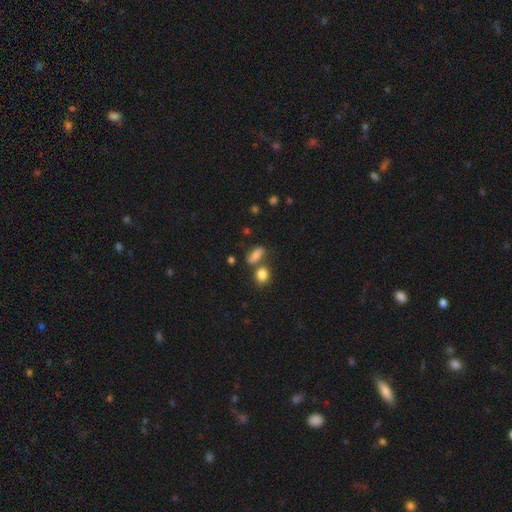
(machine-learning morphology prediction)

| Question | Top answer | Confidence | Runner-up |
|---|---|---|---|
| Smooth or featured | smooth | 76% | star or artifact (12%) |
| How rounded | in between | 73% | cigar-shaped (16%) |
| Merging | none | 54% | merger (22%) |